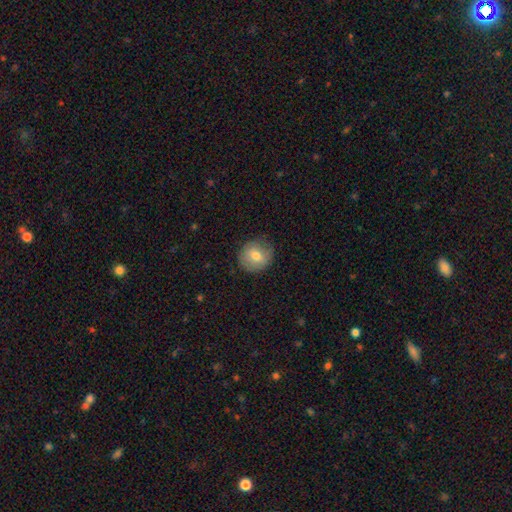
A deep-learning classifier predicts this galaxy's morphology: Overall: smooth (72%). How rounded: round (86%). Merging: none (81%).